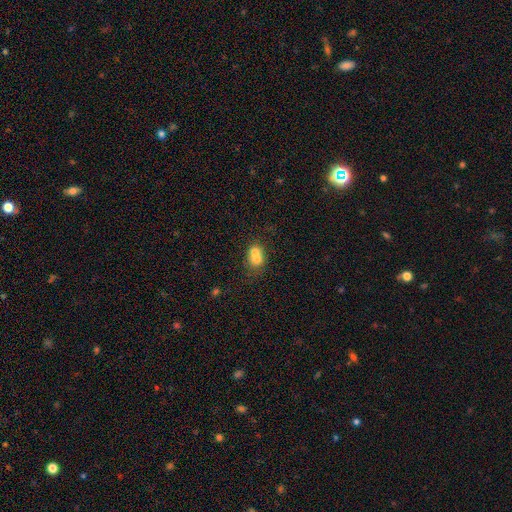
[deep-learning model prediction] A smooth galaxy with no disk features (67%) that is round (58%). Merging: merger (68%).